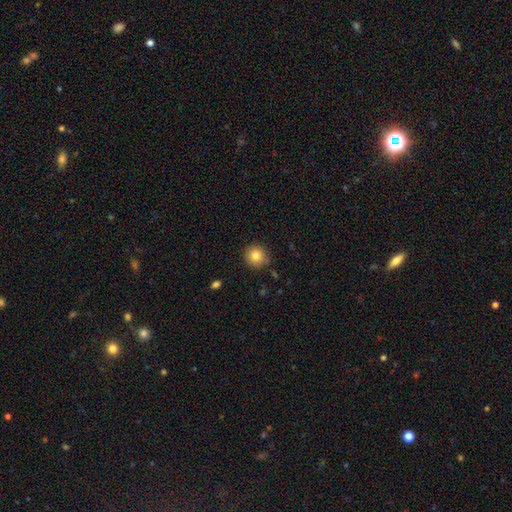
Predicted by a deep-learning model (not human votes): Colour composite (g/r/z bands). It shows a smooth galaxy with no disk features (82%) that is round (91%). Merging: none (86%).